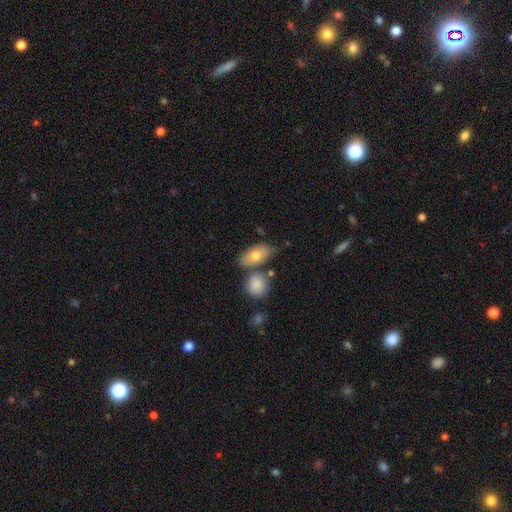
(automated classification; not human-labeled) The model was most divided on "merging": none: 63%, merger: 18%, minor disturbance: 15%, major disturbance: 4%. More confident: how rounded — in between (87%); smooth or featured — smooth (74%).